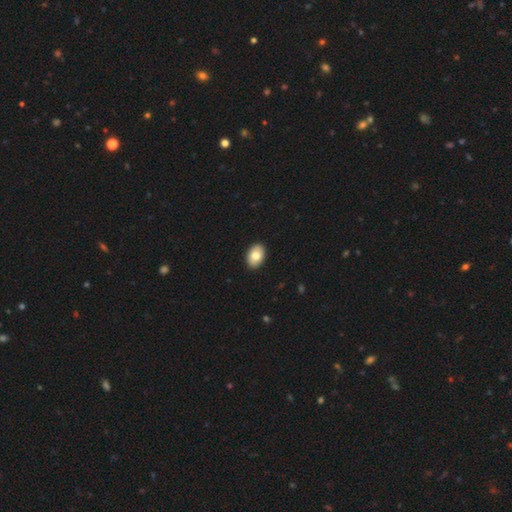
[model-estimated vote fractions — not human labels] Overall: smooth (78%). How rounded: in between (86%). Merging: none (91%).